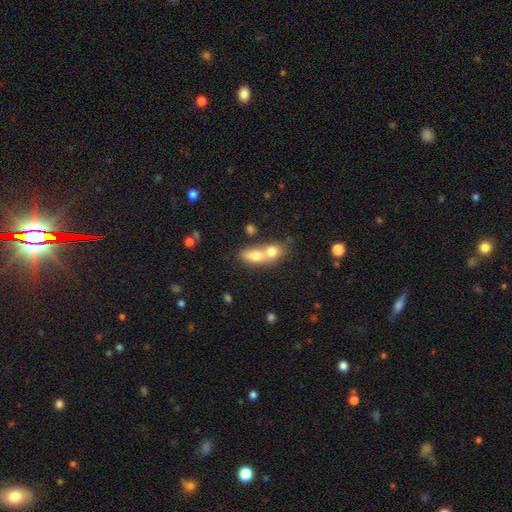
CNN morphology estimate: The model was most divided on "how rounded": in between: 67%, round: 22%, cigar-shaped: 11%. More confident: merging — merger (72%); smooth or featured — smooth (72%).